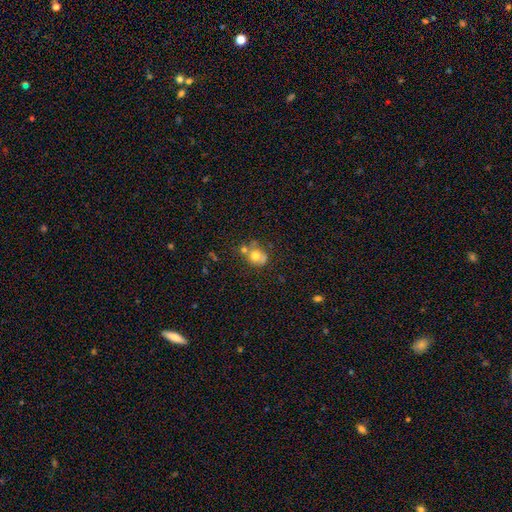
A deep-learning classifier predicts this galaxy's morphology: This is likely a smooth galaxy (68%). How rounded: likely round (70%). Merging: marginally none (41%).